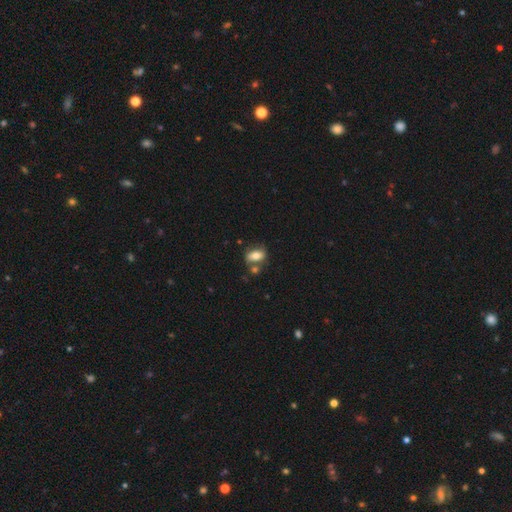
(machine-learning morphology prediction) Smooth or featured? smooth (71%)
How rounded? in between (81%)
Merging? none (61%)